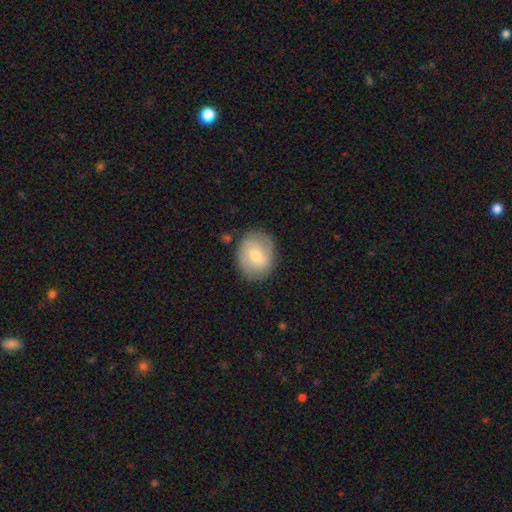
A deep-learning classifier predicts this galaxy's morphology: Smooth or featured?
  - smooth: 55% *
  - featured or disk: 38%
  - star or artifact: 7%
How rounded?
  - round: 61% *
  - in between: 38%
  - cigar-shaped: 1%
Merging?
  - none: 80% *
  - minor disturbance: 14%
  - major disturbance: 4%
  - merger: 2%